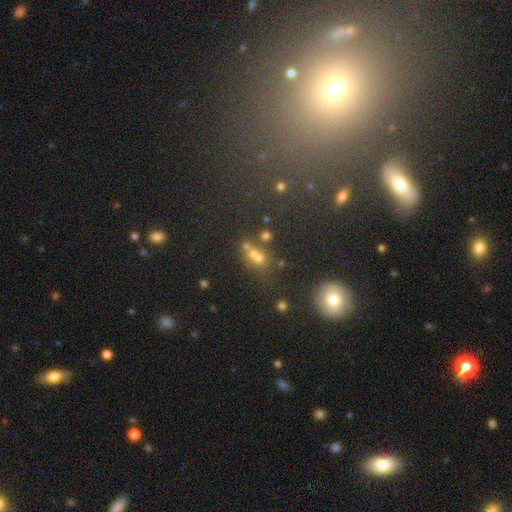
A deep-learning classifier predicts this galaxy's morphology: Smooth or featured?
  - smooth: 51% *
  - star or artifact: 30%
  - featured or disk: 20%
How rounded?
  - in between: 59% *
  - round: 29%
  - cigar-shaped: 12%
Merging?
  - none: 68% *
  - minor disturbance: 13%
  - merger: 12%
  - major disturbance: 7%